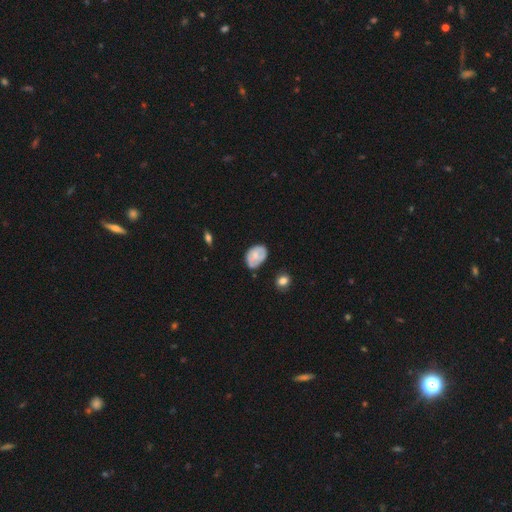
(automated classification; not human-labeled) Smooth or featured: smooth — 57% (featured or disk — 36%)
How rounded: in between — 82% (round — 17%)
Merging: none — 54% (minor disturbance — 34%)